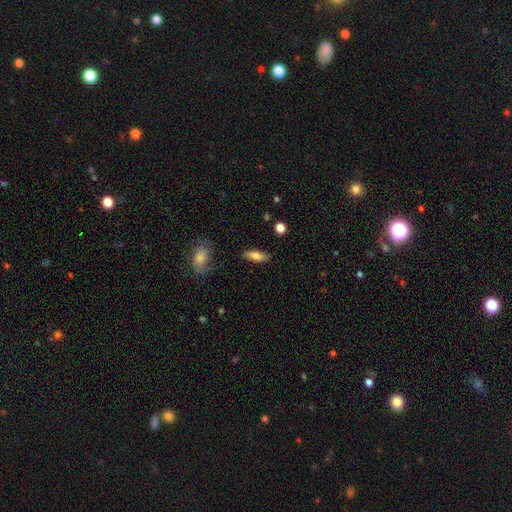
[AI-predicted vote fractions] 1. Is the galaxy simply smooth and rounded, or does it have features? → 78% smooth, 16% featured or disk, 7% star or artifact.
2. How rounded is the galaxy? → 63% in between, 34% cigar-shaped, 2% round.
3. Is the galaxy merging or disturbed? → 85% none, 11% minor disturbance, 3% major disturbance, 2% merger.